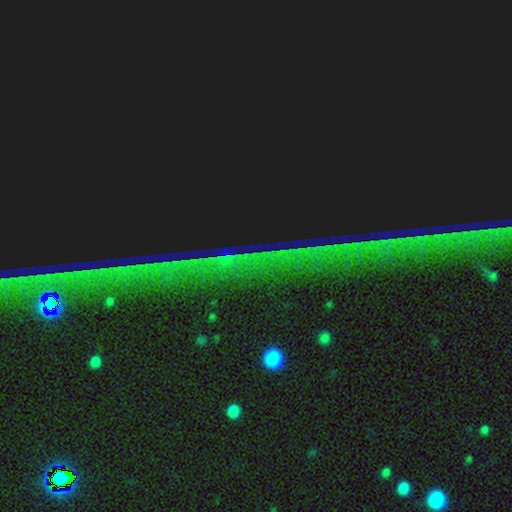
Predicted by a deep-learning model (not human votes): Overall: star or artifact (78%).